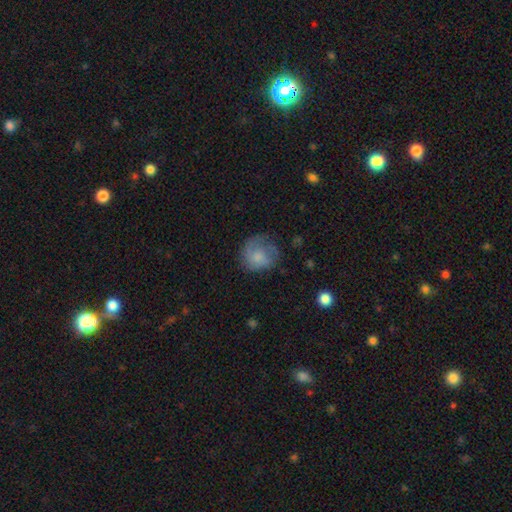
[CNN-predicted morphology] Smooth or featured: smooth — 64% (featured or disk — 28%)
How rounded: round — 80% (in between — 19%)
Merging: none — 55% (minor disturbance — 26%)